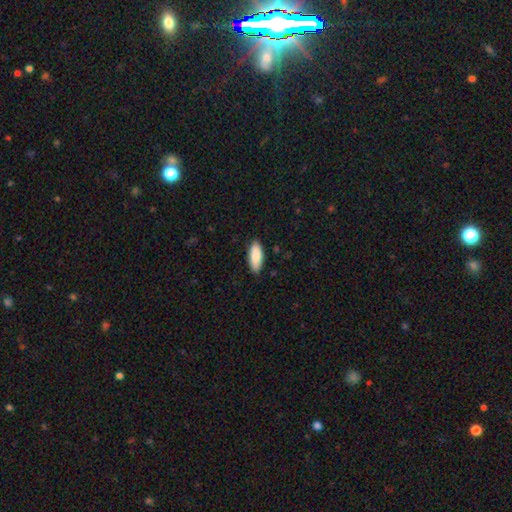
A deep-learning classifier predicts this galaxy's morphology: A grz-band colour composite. It shows a smooth galaxy with no disk features (88%) that is in between round and cigar-shaped (77%). Merging: none (86%).